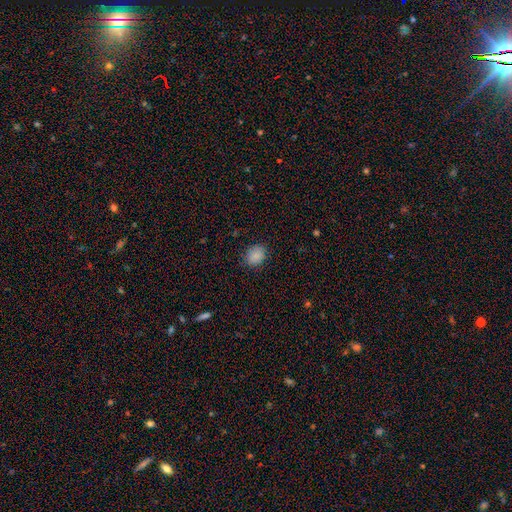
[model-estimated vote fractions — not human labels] smooth 88%, star or artifact 9%, featured or disk 3%. Down the decision tree: how rounded — in between (50%); merging — none (85%).